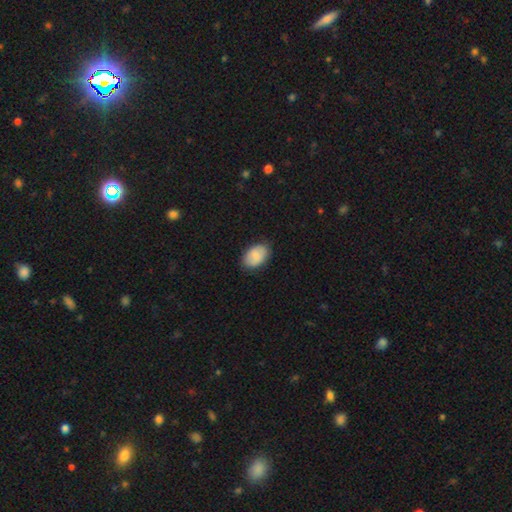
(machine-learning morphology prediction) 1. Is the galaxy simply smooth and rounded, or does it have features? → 79% smooth, 15% featured or disk, 6% star or artifact.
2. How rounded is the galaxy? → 88% in between, 11% round, 1% cigar-shaped.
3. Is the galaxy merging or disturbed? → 85% none, 12% minor disturbance, 2% major disturbance, 1% merger.